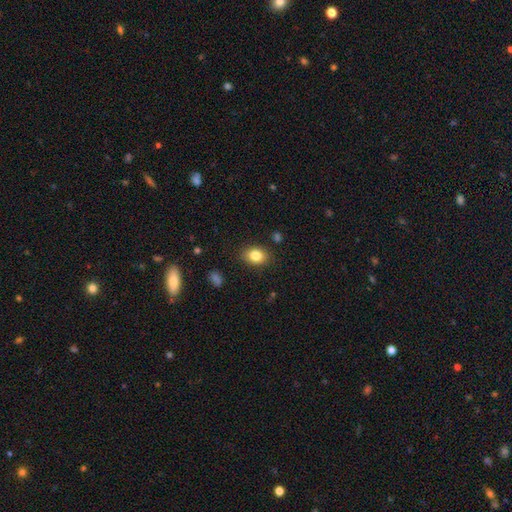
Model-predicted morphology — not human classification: The model was most divided on "how rounded": in between: 67%, round: 32%, cigar-shaped: 1%. More confident: merging — none (85%); smooth or featured — smooth (83%).